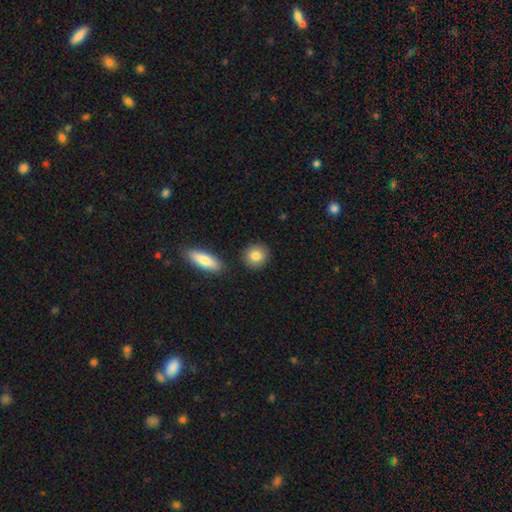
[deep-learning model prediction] Smooth or featured? Predicted: smooth (p=0.85). How rounded? Predicted: round (p=0.84). Merging? Predicted: none (p=0.86).